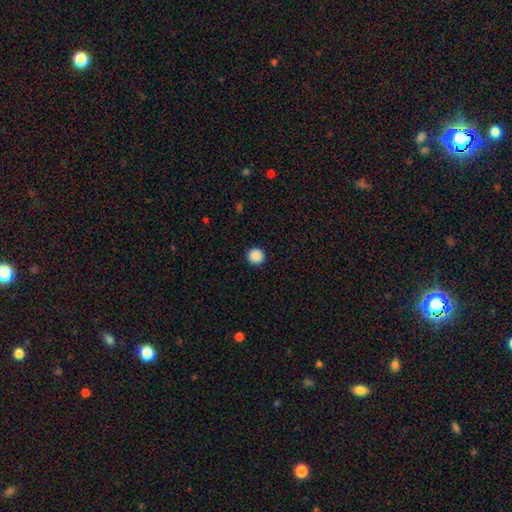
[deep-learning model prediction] This appears to be a smooth galaxy with no disk features (88%) that is round (96%). Merging: none (93%).